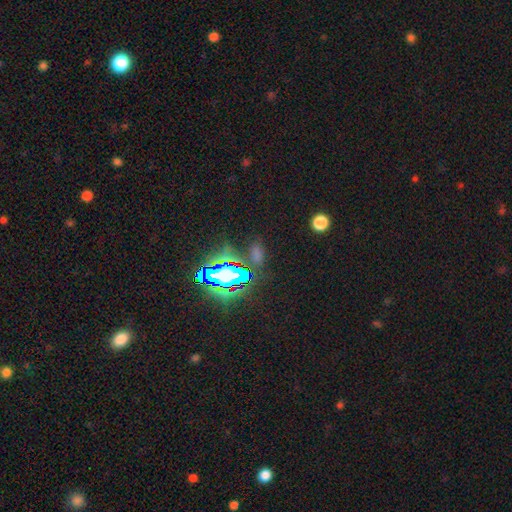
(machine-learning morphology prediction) type=star or artifact (59%).